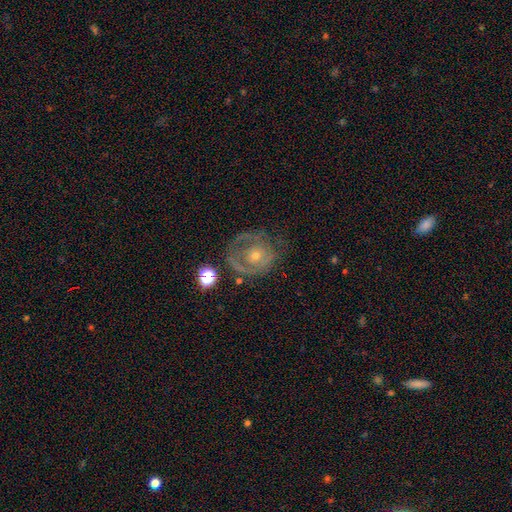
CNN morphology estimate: type=featured or disk (71%); edge-on=no (97%); bar=no (81%); spiral arms=yes (65%); bulge=small (52%); merging=none (58%).